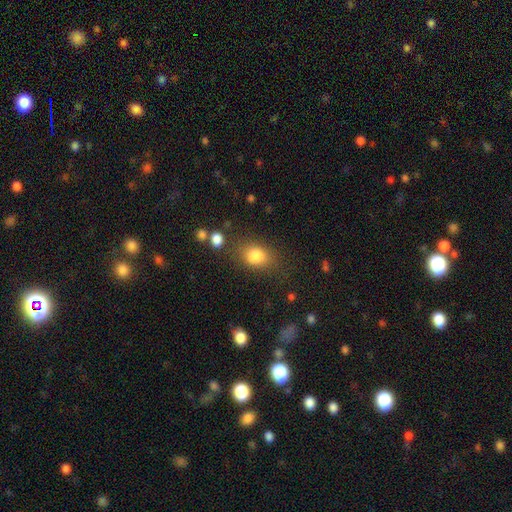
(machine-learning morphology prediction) The model was most divided on "how rounded": in between: 60%, round: 39%, cigar-shaped: 1%. More confident: smooth or featured — smooth (83%); merging — none (71%).